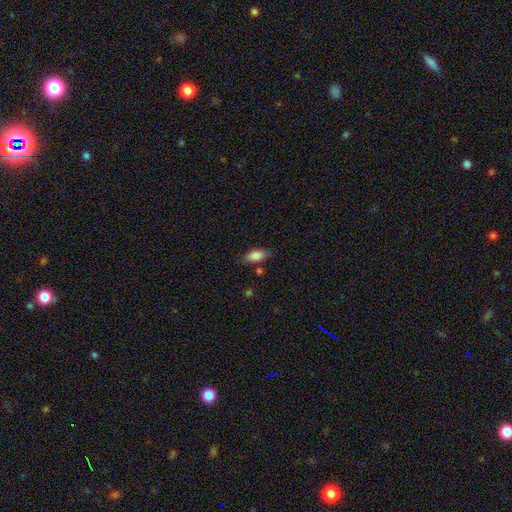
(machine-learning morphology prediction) Overall: smooth (85%). How rounded: in between (87%). Merging: none (77%).